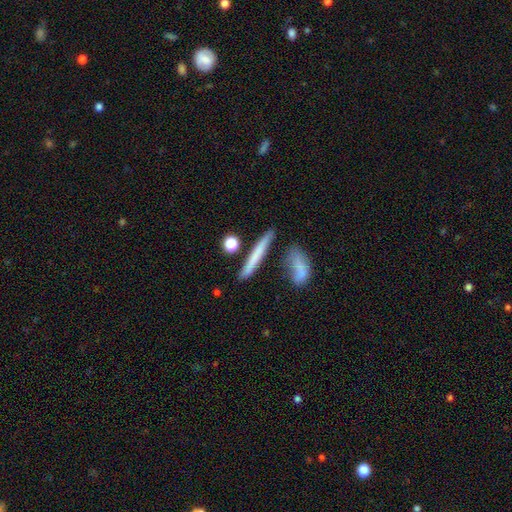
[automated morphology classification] type=smooth (63%); roundness=cigar-shaped (89%); merging=none (75%).